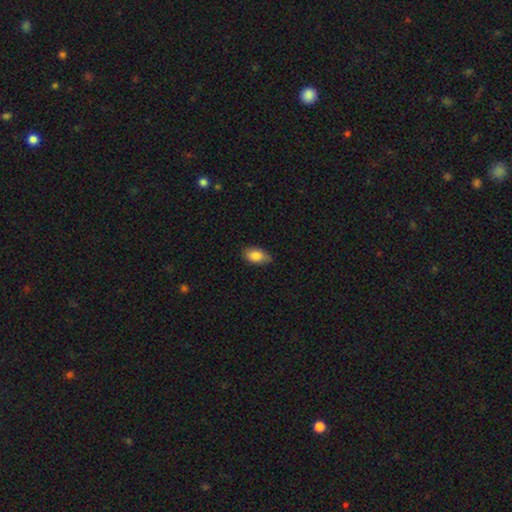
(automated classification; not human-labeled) smooth 85%, featured or disk 8%, star or artifact 7%. Down the decision tree: how rounded — in between (92%); merging — none (76%).